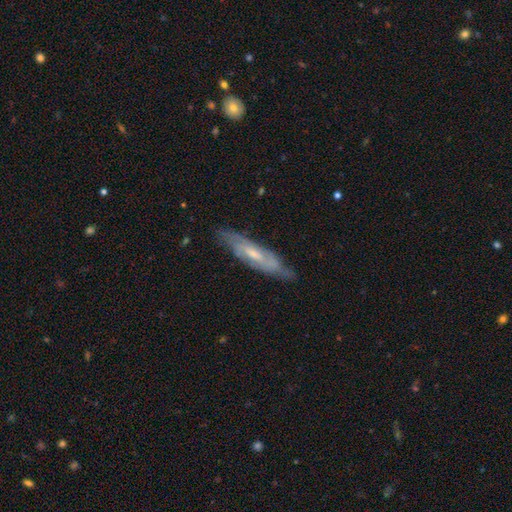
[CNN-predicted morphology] Smooth or featured: featured or disk — 63% (smooth — 27%)
Edge-on disk: yes — 52% (no — 48%)
Merging: none — 82% (minor disturbance — 14%)